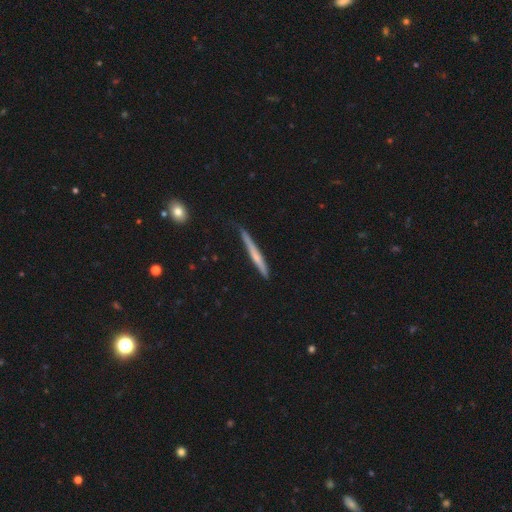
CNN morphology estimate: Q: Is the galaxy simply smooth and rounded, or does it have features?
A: featured or disk — 48%.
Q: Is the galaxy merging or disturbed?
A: none — 79%.